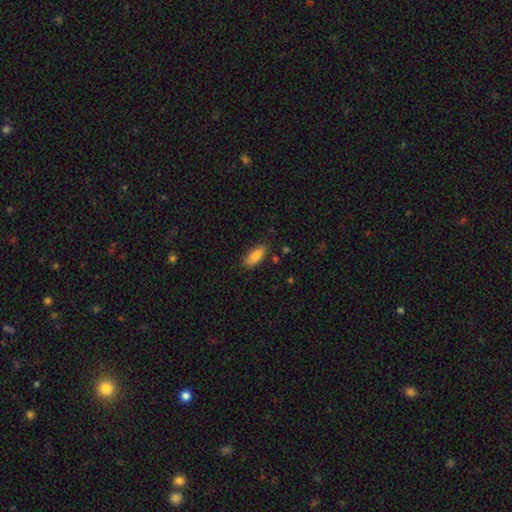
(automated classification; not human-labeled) The model was most divided on "merging": none: 81%, minor disturbance: 14%, major disturbance: 3%, merger: 2%. More confident: smooth or featured — smooth (87%); how rounded — in between (83%).